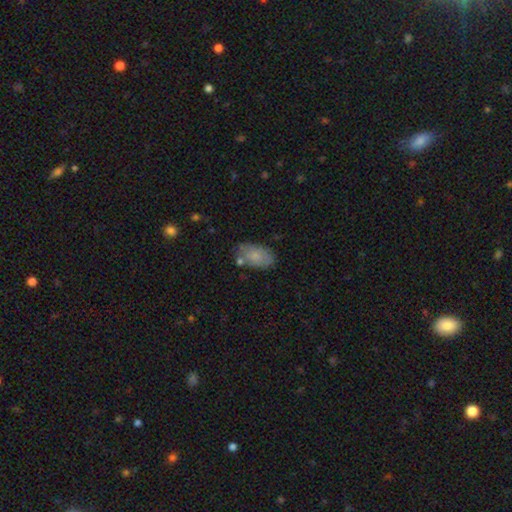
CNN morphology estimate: smooth 79%, featured or disk 14%, star or artifact 7%. Down the decision tree: how rounded — in between (93%); merging — none (68%).